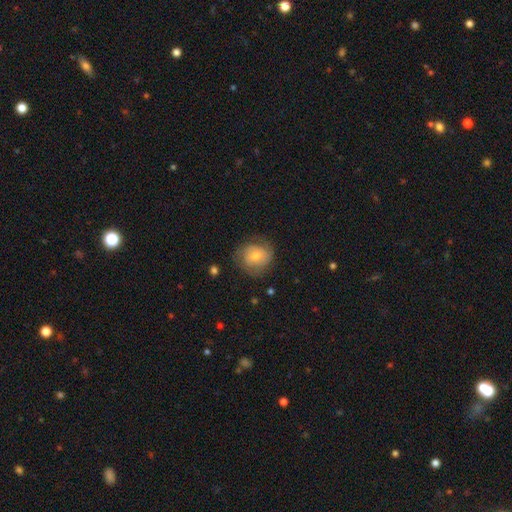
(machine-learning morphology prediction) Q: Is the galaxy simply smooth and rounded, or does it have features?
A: smooth — 55%.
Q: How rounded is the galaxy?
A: round — 73%.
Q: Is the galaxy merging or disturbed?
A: none — 63%.